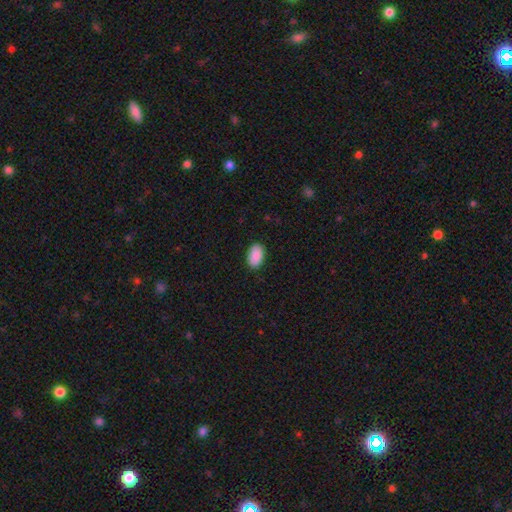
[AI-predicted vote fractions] Smooth or featured? smooth (91%)
How rounded? in between (93%)
Merging? none (88%)